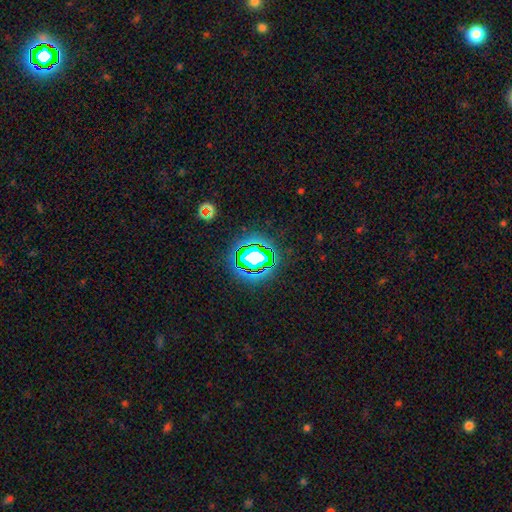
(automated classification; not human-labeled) Smooth or featured? Predicted: star or artifact (p=0.61).